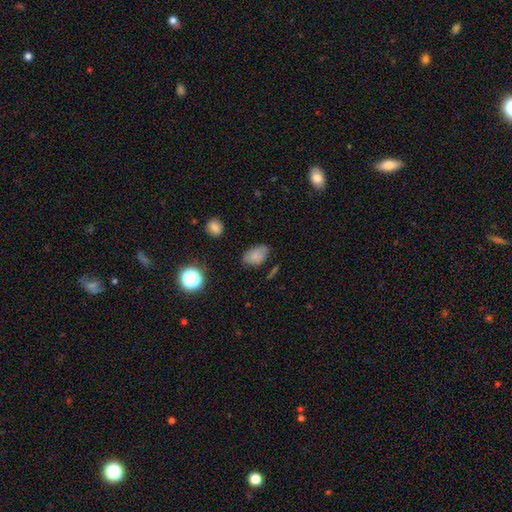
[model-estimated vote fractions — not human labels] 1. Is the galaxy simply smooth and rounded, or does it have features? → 77% smooth, 12% featured or disk, 11% star or artifact.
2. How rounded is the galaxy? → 88% in between, 10% round, 1% cigar-shaped.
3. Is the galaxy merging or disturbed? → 72% none, 21% minor disturbance, 5% major disturbance, 3% merger.